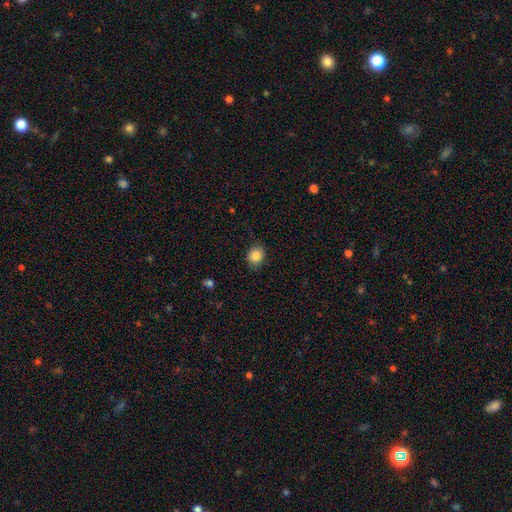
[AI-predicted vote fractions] This appears to be a smooth galaxy with no disk features (84%) that is round (61%). Merging: none (85%).